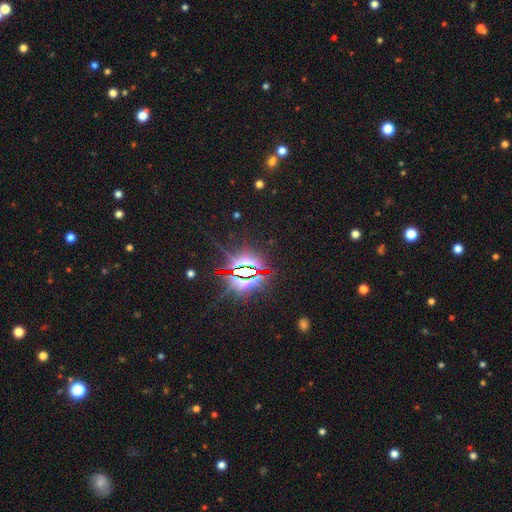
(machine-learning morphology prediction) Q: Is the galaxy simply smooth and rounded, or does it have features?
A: star or artifact — 85%.